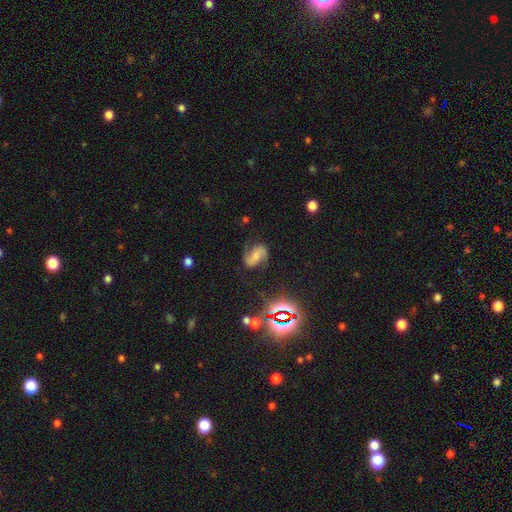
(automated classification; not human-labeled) Q: Smooth or featured?
A: featured or disk (75%); runner-up: smooth (13%)
Q: Edge-on disk?
A: no (97%); runner-up: yes (3%)
Q: Bar?
A: no (39%); runner-up: weak (38%)
Q: Spiral arms?
A: yes (96%); runner-up: no (4%)
Q: Spiral winding?
A: medium (46%); runner-up: loose (40%)
Q: Spiral arm count?
A: 2 (92%); runner-up: can't tell (3%)
Q: Bulge size?
A: small (35%); runner-up: moderate (28%)
Q: Merging?
A: none (75%); runner-up: minor disturbance (16%)